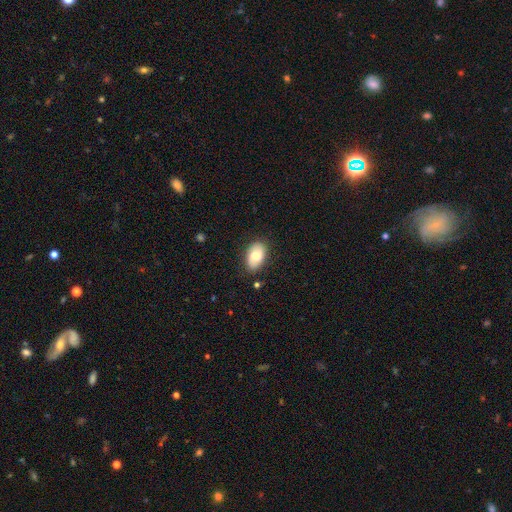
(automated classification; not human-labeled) smooth-or-featured: smooth: 75% | featured or disk: 18% | star or artifact: 6%
  how-rounded: in between: 93% | round: 6% | cigar-shaped: 2%
  merging: none: 81% | minor disturbance: 14% | major disturbance: 3% | merger: 2%